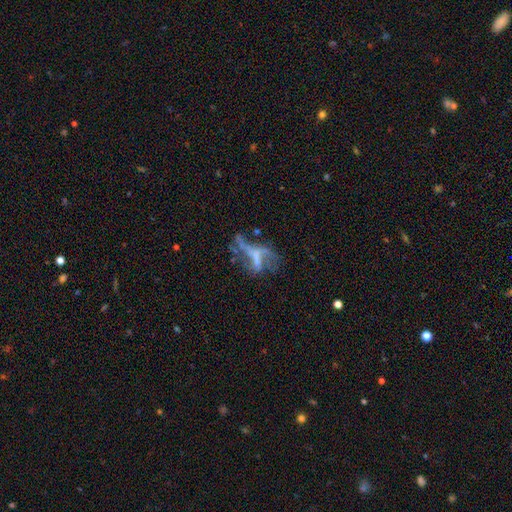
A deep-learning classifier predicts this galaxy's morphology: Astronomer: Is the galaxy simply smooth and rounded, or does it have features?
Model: featured or disk — 62%.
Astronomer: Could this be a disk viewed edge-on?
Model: no — 92%.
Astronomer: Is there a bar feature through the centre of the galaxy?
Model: no — 56%.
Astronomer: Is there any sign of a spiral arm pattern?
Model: no — 65%.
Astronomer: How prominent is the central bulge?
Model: none — 65%.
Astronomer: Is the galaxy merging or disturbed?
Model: major disturbance — 44% (runner-up: none, 28%).